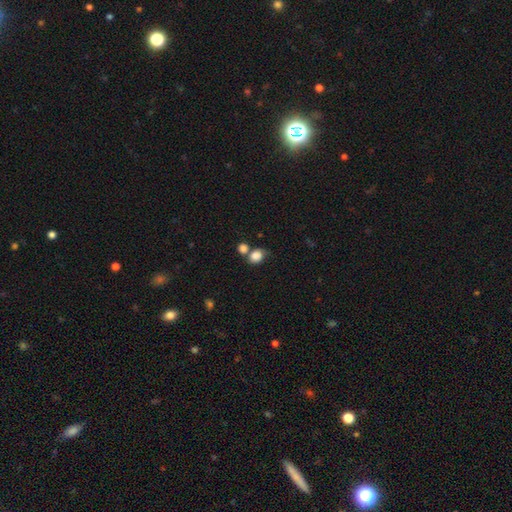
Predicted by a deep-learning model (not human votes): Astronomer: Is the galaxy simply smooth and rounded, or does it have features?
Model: smooth — 84%.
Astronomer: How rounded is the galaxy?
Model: round — 55% (runner-up: in between, 44%).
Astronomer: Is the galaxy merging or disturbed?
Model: merger — 39% (runner-up: none, 38%).